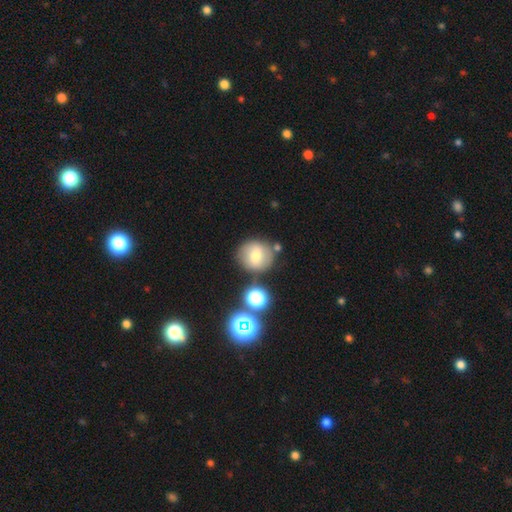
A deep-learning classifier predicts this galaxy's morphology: smooth_or_featured: smooth (p=0.65) [alt: featured or disk p=0.22]
how_rounded: round (p=0.88) [alt: in between p=0.11]
merging: none (p=0.73) [alt: minor disturbance p=0.12]